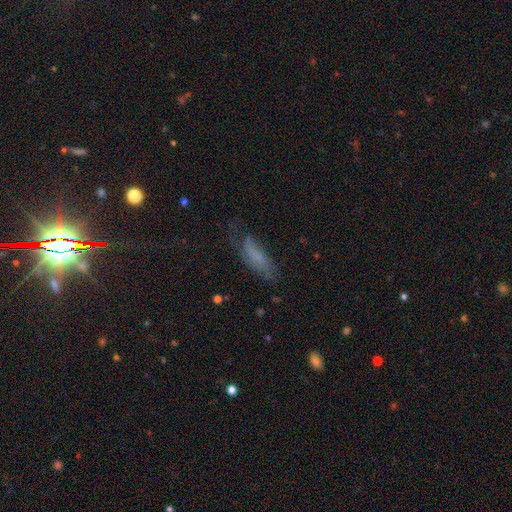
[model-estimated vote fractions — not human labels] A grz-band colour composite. It shows a smooth galaxy with no disk features (54%) that is in between round and cigar-shaped (50%). Merging: none (47%).